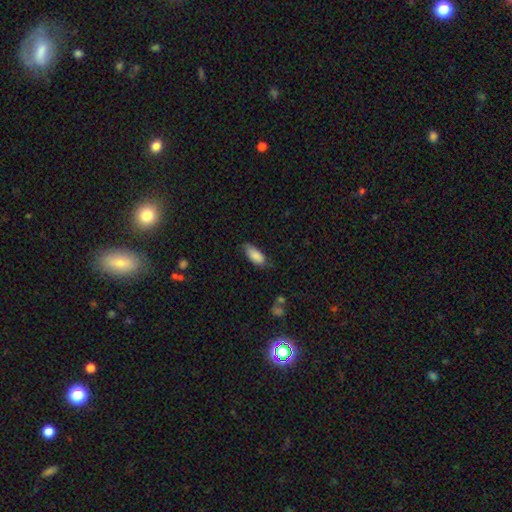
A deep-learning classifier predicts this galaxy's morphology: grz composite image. It shows a smooth galaxy with no disk features (87%) that is in between round and cigar-shaped (85%). Merging: none (65%).